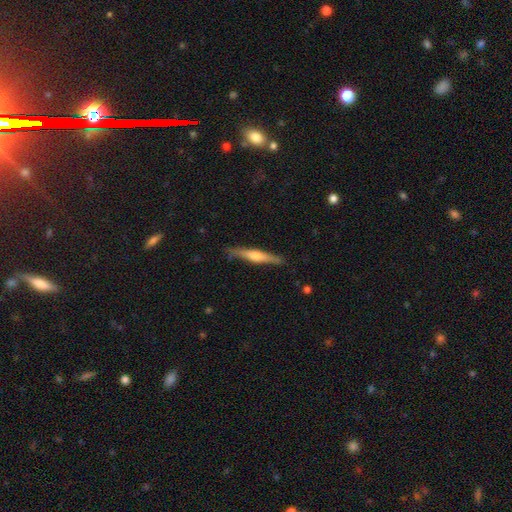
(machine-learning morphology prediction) This appears to be a featured or disk galaxy (57%) viewed edge-on (96%) with a rounded central bulge (69%). Merging: none (85%).